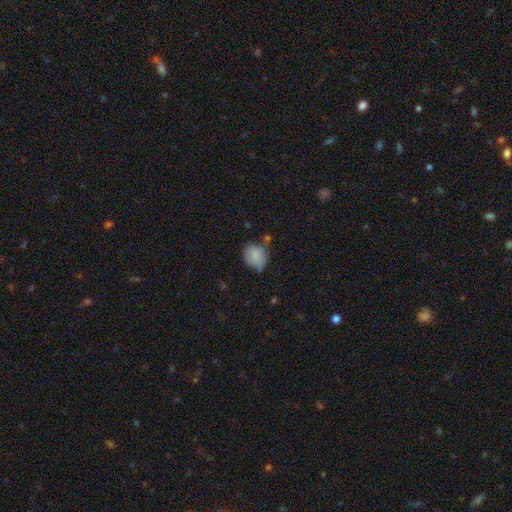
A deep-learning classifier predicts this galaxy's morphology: The model was most divided on "merging": none: 50%, minor disturbance: 34%, major disturbance: 9%, merger: 7%. More confident: smooth or featured — smooth (81%); how rounded — round (68%).